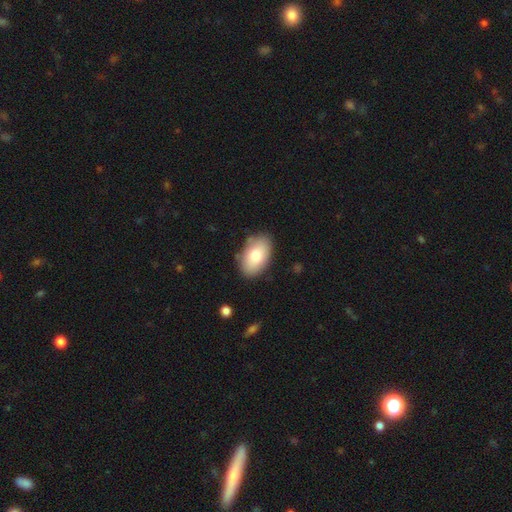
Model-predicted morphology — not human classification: smooth-or-featured: smooth: 77% | featured or disk: 16% | star or artifact: 7%
  how-rounded: in between: 93% | round: 6% | cigar-shaped: 1%
  merging: none: 84% | minor disturbance: 12% | major disturbance: 3% | merger: 2%